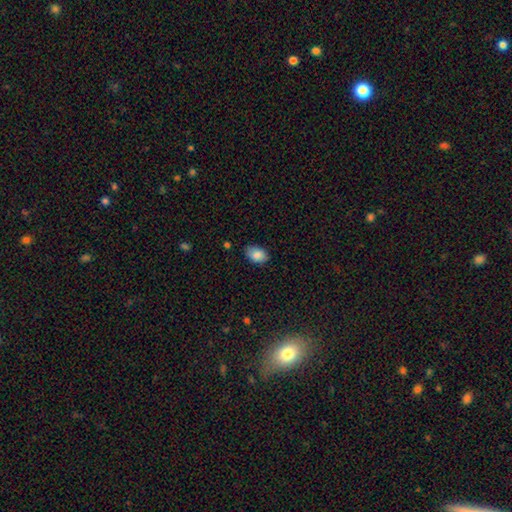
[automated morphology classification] smooth 87%, star or artifact 8%, featured or disk 6%. Down the decision tree: how rounded — in between (87%); merging — none (81%).